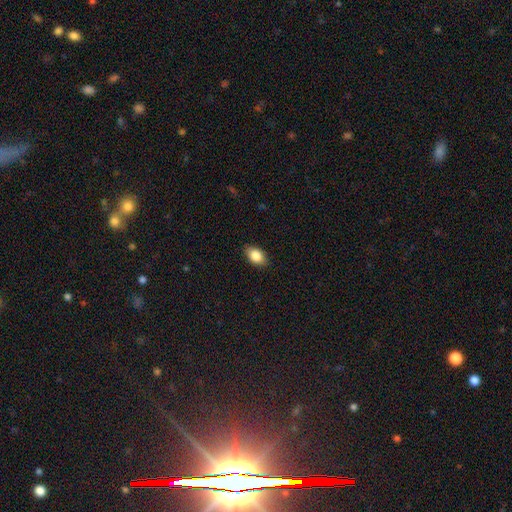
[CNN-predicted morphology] type=smooth (85%); roundness=in between (88%); merging=none (87%).